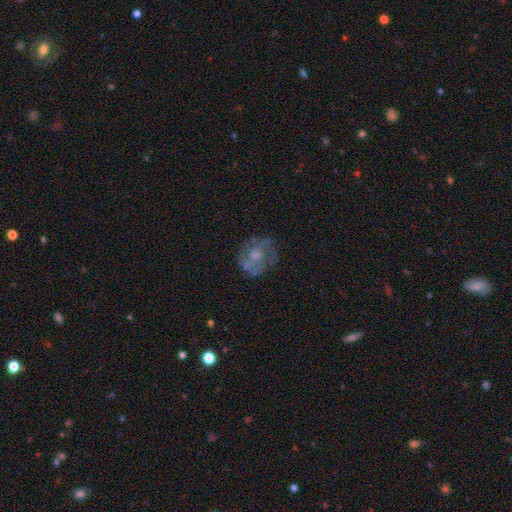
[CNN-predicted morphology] smooth-or-featured: featured or disk: 62% | smooth: 29% | star or artifact: 9%
  disk-edge-on: no: 97% | yes: 3%
    bar: no: 82% | weak: 16% | strong: 3%
    has-spiral-arms: no: 56% | yes: 44%
    bulge-size: moderate: 55% | small: 31% | none: 7% | large: 5% | dominant: 1%
  merging: none: 65% | minor disturbance: 20% | major disturbance: 12% | merger: 3%